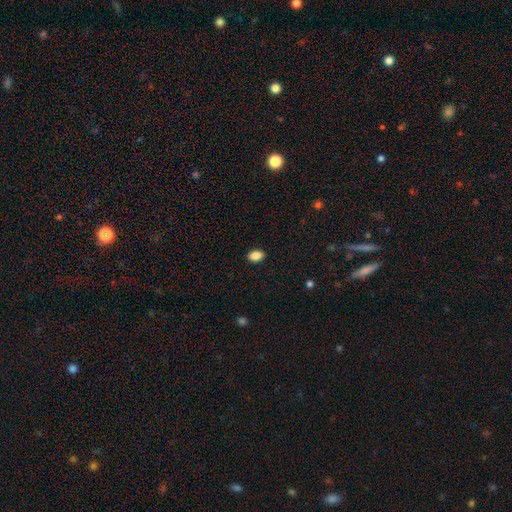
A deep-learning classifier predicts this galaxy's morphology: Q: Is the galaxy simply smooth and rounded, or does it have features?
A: smooth — 86%.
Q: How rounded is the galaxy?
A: in between — 85%.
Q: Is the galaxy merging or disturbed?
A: none — 89%.